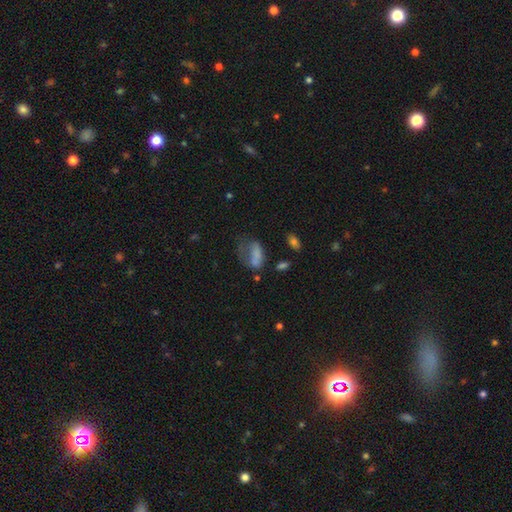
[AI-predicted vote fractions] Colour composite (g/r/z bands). It shows a smooth galaxy with no disk features (66%) that is in between round and cigar-shaped (85%). Merging: major disturbance (47%).